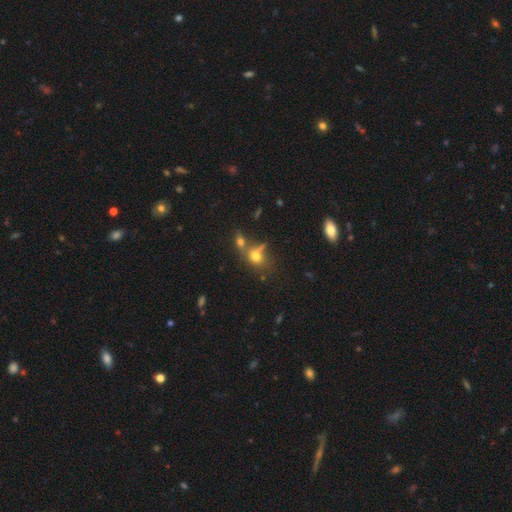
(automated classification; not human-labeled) smooth 72%, star or artifact 15%, featured or disk 13%. Down the decision tree: how rounded — round (55%); merging — none (40%).